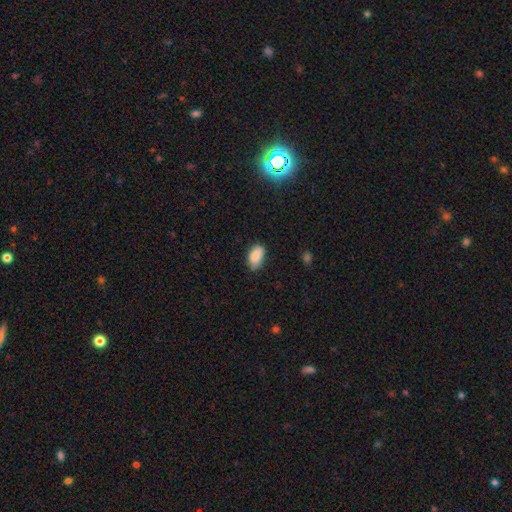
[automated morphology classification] Overall: smooth (87%). How rounded: in between (91%). Merging: none (70%).